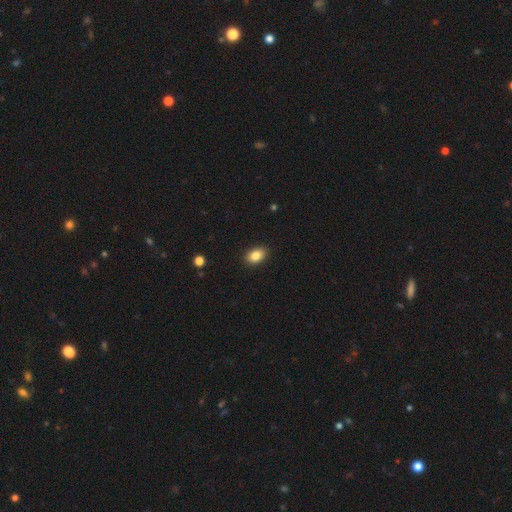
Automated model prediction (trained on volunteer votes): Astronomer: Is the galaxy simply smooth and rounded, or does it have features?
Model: smooth — 85%.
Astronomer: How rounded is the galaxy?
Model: in between — 84%.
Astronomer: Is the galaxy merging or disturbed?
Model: none — 89%.